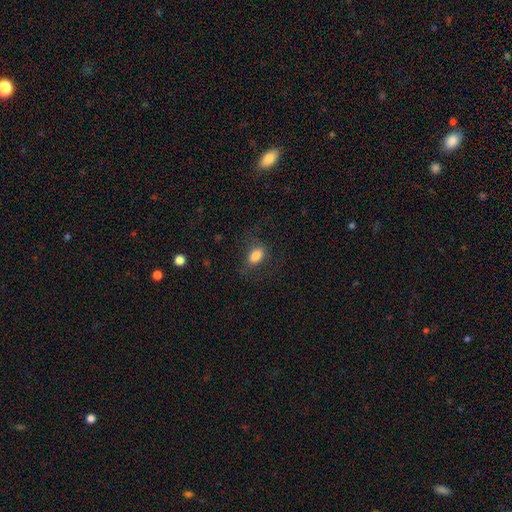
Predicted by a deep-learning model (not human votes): Q: Smooth or featured?
A: smooth (81%); runner-up: star or artifact (9%)
Q: How rounded?
A: in between (86%); runner-up: round (11%)
Q: Merging?
A: none (69%); runner-up: minor disturbance (18%)